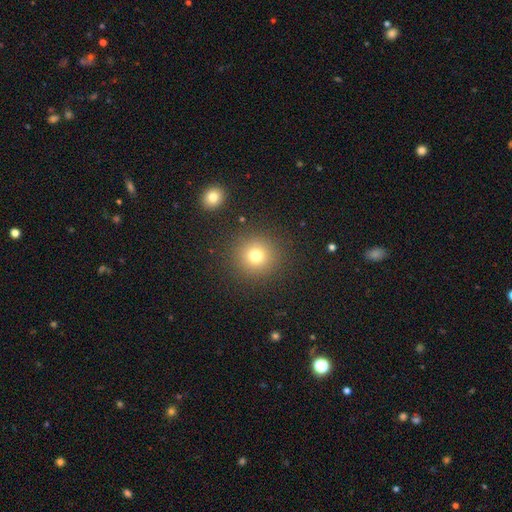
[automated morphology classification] type=smooth (75%); roundness=round (94%); merging=none (89%).